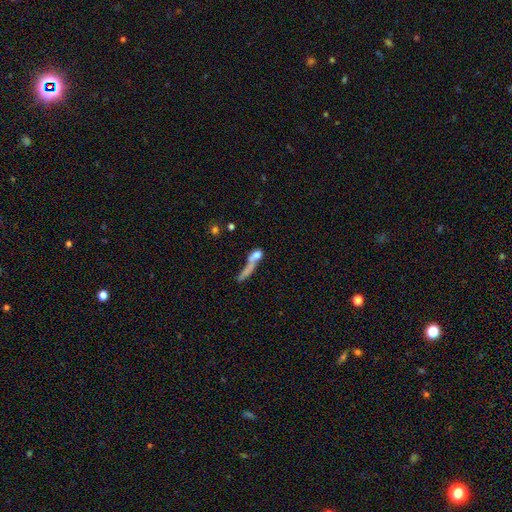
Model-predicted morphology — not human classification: This is possibly a smooth galaxy (57%). How rounded: possibly cigar-shaped (52%). Merging: marginally merger (43%).